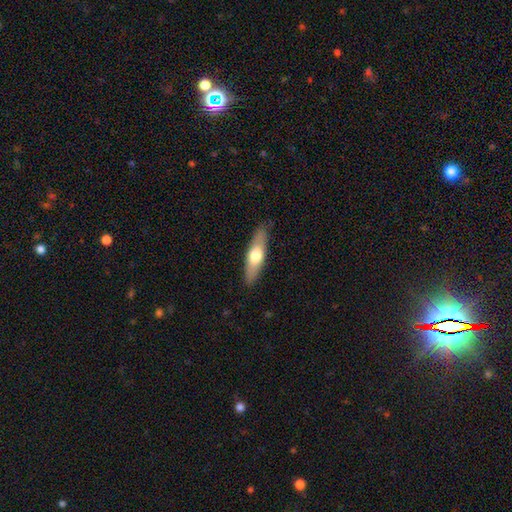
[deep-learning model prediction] A smooth galaxy with no disk features (56%) that is cigar-shaped (63%).

Vote fractions:
- Smooth or featured? smooth: 56% / featured or disk: 38% / star or artifact: 5%
- How rounded? cigar-shaped: 63% / in between: 35% / round: 2%
- Merging? none: 86% / minor disturbance: 10% / major disturbance: 2% / merger: 1%